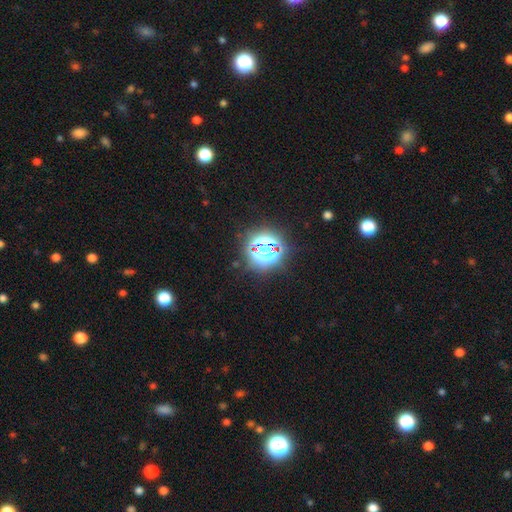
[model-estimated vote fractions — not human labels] Morphology: type=star or artifact (79%).